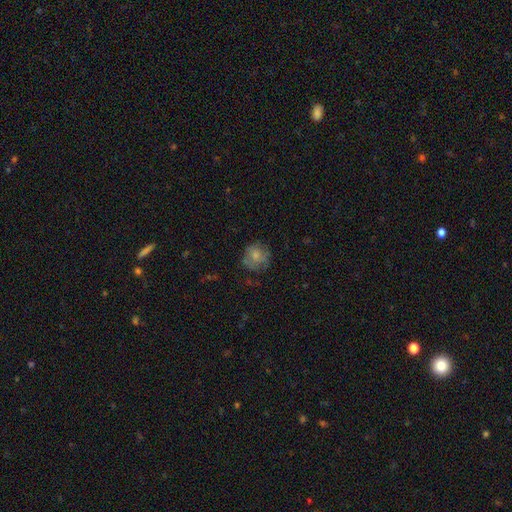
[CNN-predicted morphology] smooth 67%, featured or disk 24%, star or artifact 10%. Down the decision tree: how rounded — round (82%); merging — none (62%).